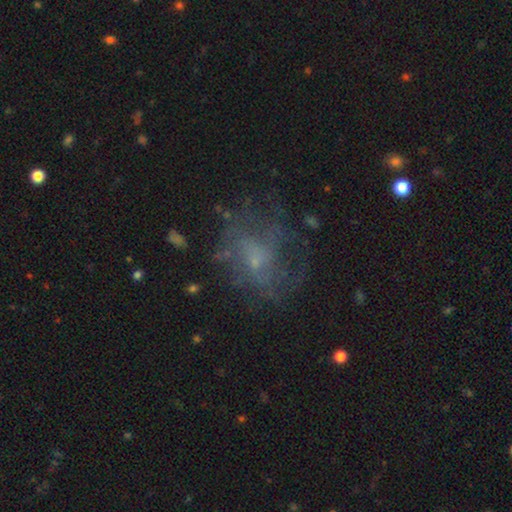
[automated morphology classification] Smooth or featured?
  - featured or disk: 50% *
  - smooth: 32%
  - star or artifact: 18%
Edge-on disk?
  - no: 97% *
  - yes: 3%
Merging?
  - none: 50% *
  - major disturbance: 28%
  - minor disturbance: 20%
  - merger: 3%